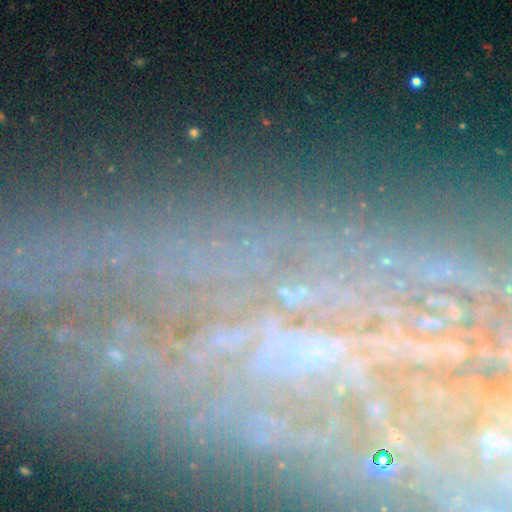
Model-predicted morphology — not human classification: smooth-or-featured: featured or disk: 50% | star or artifact: 35% | smooth: 15%
  merging: none: 67% | minor disturbance: 17% | major disturbance: 11% | merger: 5%